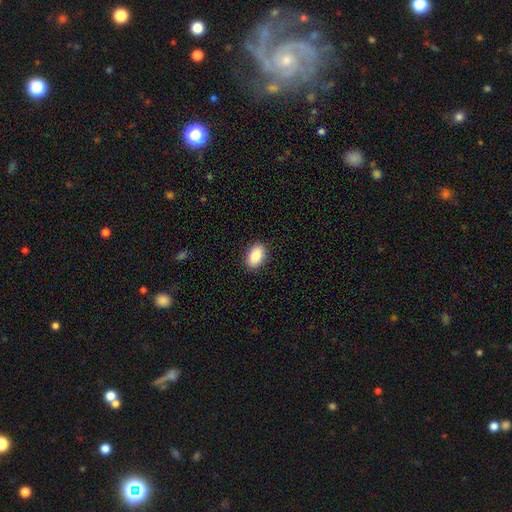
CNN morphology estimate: type=smooth (89%); roundness=in between (92%); merging=none (89%).